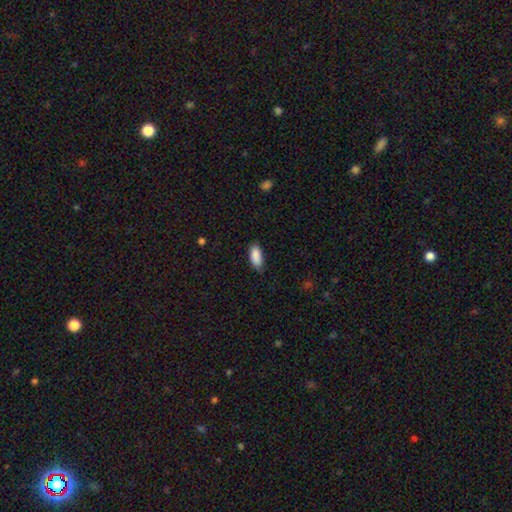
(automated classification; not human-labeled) smooth_or_featured: smooth (p=0.89) [alt: star or artifact p=0.06]
how_rounded: in between (p=0.87) [alt: cigar-shaped p=0.12]
merging: none (p=0.76) [alt: minor disturbance p=0.20]